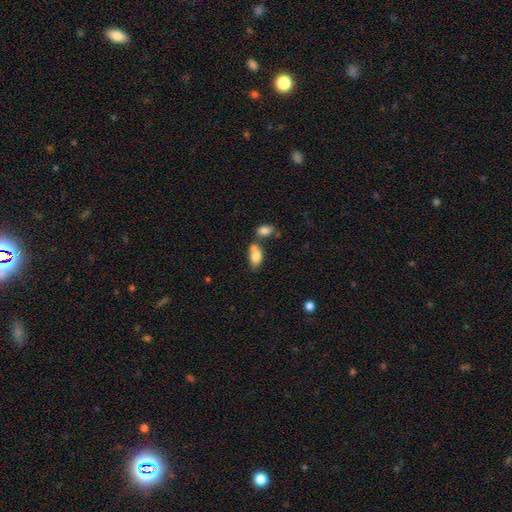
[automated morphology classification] Q: Smooth or featured?
A: smooth (81%); runner-up: featured or disk (12%)
Q: How rounded?
A: in between (89%); runner-up: round (8%)
Q: Merging?
A: merger (42%); runner-up: none (37%)